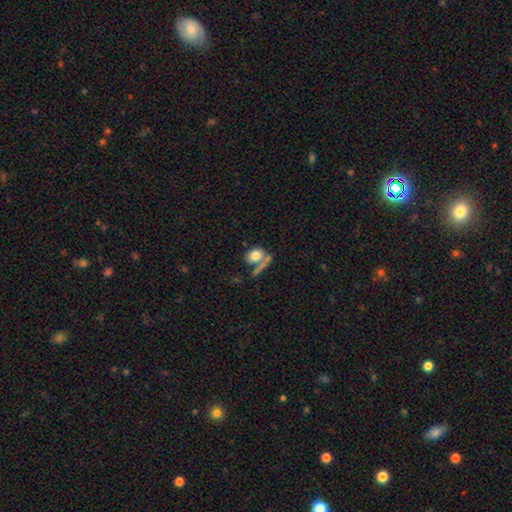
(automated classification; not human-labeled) A smooth galaxy with no disk features (74%) that is in between round and cigar-shaped (60%). Merging: none (41%).